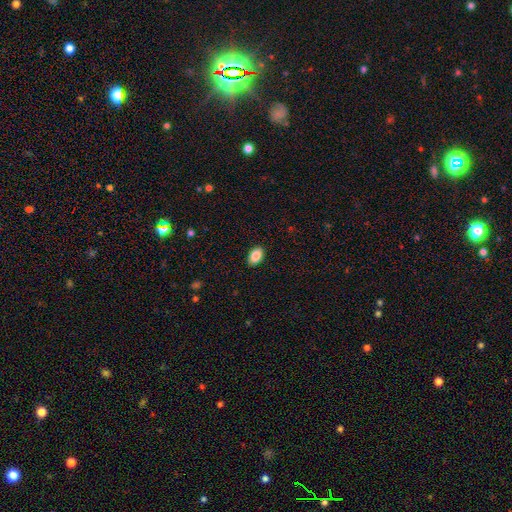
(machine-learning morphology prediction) This appears to be a smooth galaxy with no disk features (88%) that is in between round and cigar-shaped (90%). Merging: none (89%).